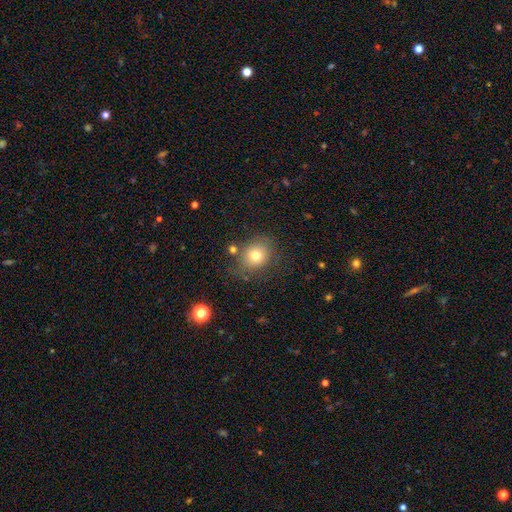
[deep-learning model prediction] Morphology: type=smooth (76%); roundness=round (70%); merging=none (73%).